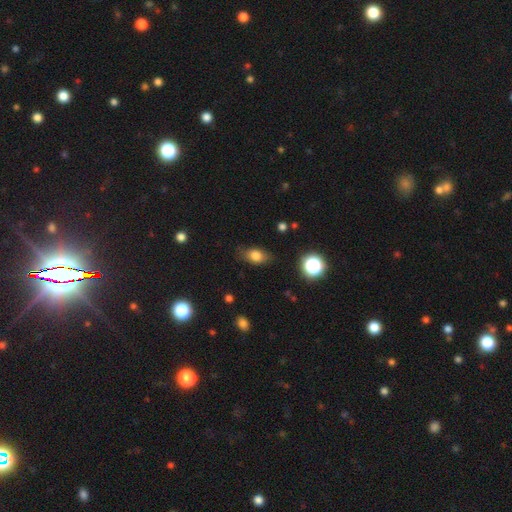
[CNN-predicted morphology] smooth-or-featured: smooth: 78% | featured or disk: 11% | star or artifact: 11%
  how-rounded: in between: 80% | round: 16% | cigar-shaped: 4%
  merging: none: 79% | minor disturbance: 15% | major disturbance: 4% | merger: 1%